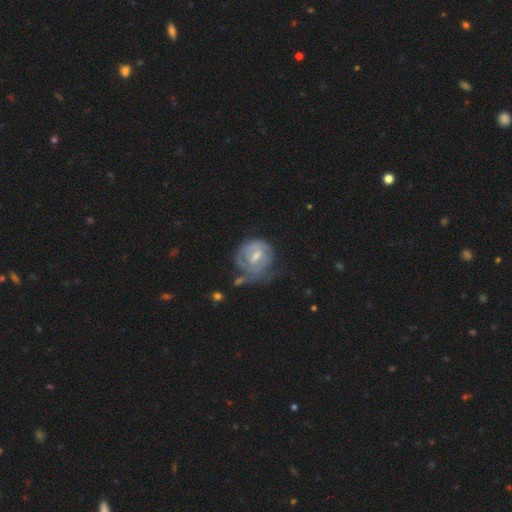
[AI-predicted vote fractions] smooth-or-featured: featured or disk: 66% | smooth: 28% | star or artifact: 6%
  disk-edge-on: no: 97% | yes: 3%
    bar: weak: 57% | no: 27% | strong: 16%
    has-spiral-arms: yes: 71% | no: 29%
    bulge-size: moderate: 54% | small: 38% | large: 4% | none: 3% | dominant: 1%
  merging: none: 39% | minor disturbance: 28% | major disturbance: 26% | merger: 8%